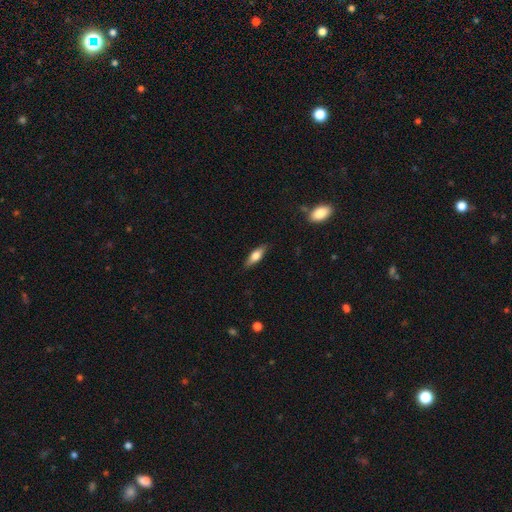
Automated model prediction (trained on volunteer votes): smooth_or_featured: smooth (p=0.62) [alt: featured or disk p=0.32]
how_rounded: in between (p=0.53) [alt: cigar-shaped p=0.44]
merging: none (p=0.84) [alt: minor disturbance p=0.12]